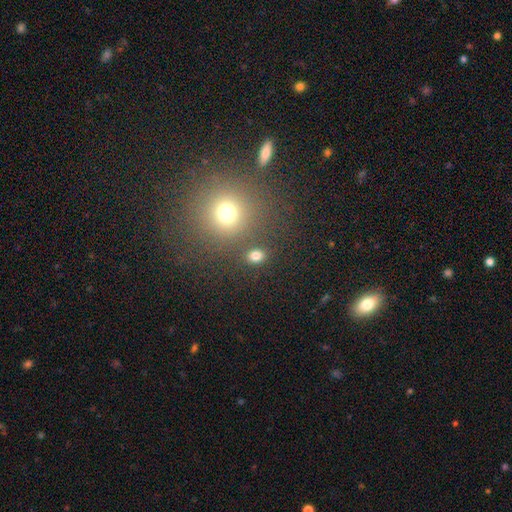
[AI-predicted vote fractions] Smooth or featured?
  - smooth: 79% *
  - star or artifact: 15%
  - featured or disk: 6%
How rounded?
  - in between: 49% * (tied)
  - round: 49% * (tied)
  - cigar-shaped: 1%
Merging?
  - none: 80% *
  - minor disturbance: 8%
  - merger: 8%
  - major disturbance: 4%